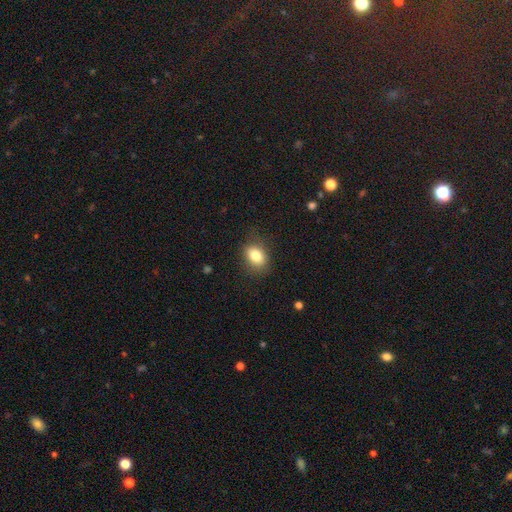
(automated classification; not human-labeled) This appears to be a smooth galaxy with no disk features (82%) that is in between round and cigar-shaped (74%). Merging: none (82%).